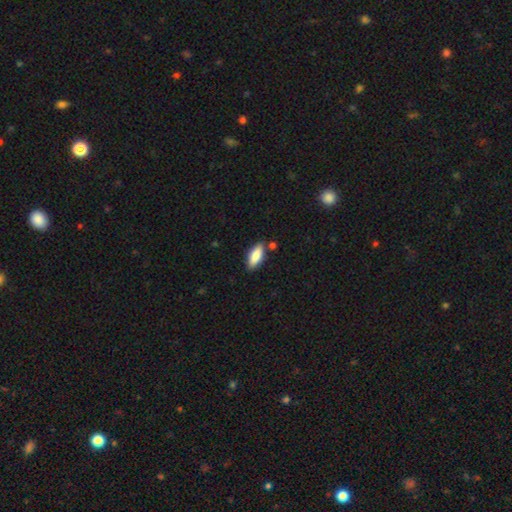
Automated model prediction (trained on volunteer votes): Smooth or featured? smooth (84%)
How rounded? in between (77%)
Merging? none (82%)